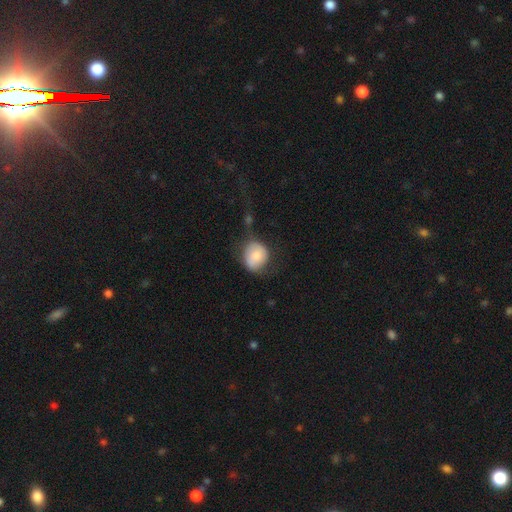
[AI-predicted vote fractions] The model was most divided on "merging": none: 53%, minor disturbance: 27%, major disturbance: 16%, merger: 4%. More confident: smooth or featured — smooth (75%); how rounded — round (71%).